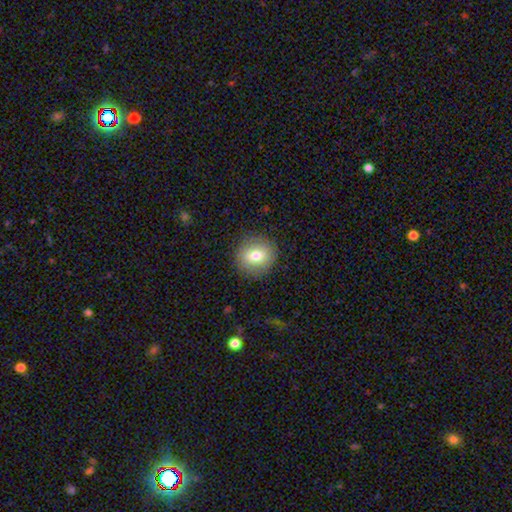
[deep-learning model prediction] This appears to be a smooth galaxy with no disk features (74%) that is round (80%). Merging: none (87%).